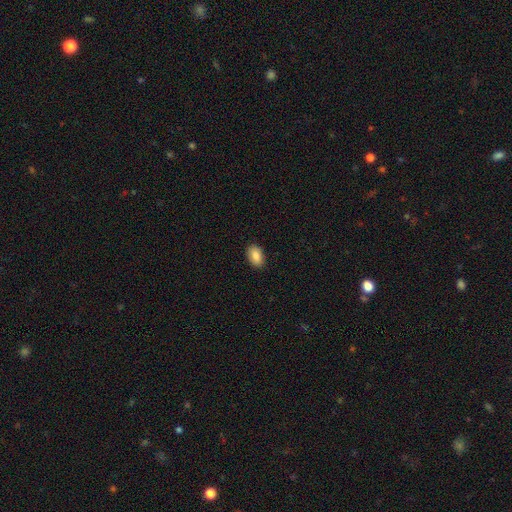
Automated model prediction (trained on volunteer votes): This appears to be a smooth galaxy with no disk features (87%) that is in between round and cigar-shaped (91%). Merging: none (89%).